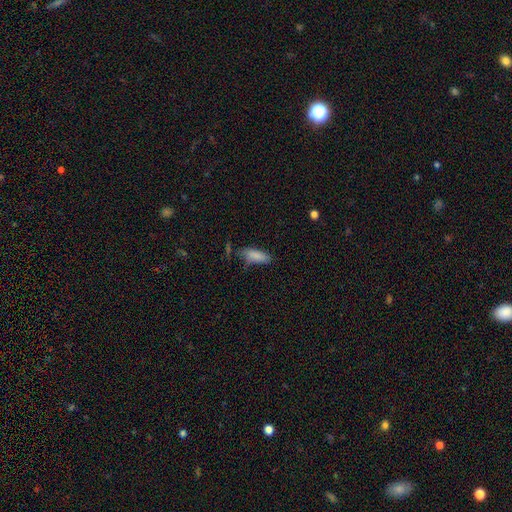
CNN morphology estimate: Smooth or featured: smooth — 85% (star or artifact — 8%)
How rounded: in between — 70% (cigar-shaped — 28%)
Merging: none — 59% (minor disturbance — 28%)